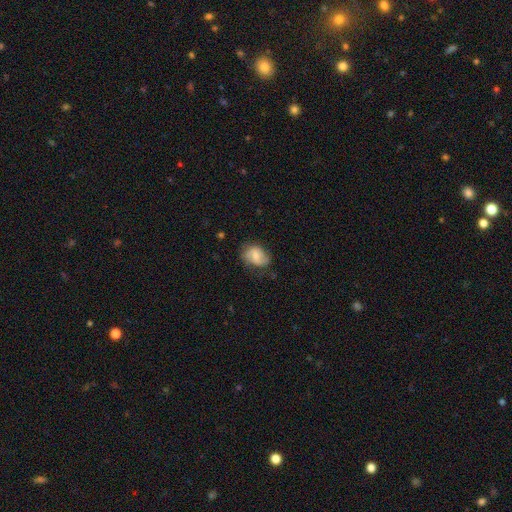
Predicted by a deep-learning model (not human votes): Smooth or featured? smooth (58%)
How rounded? in between (68%)
Merging? none (61%)